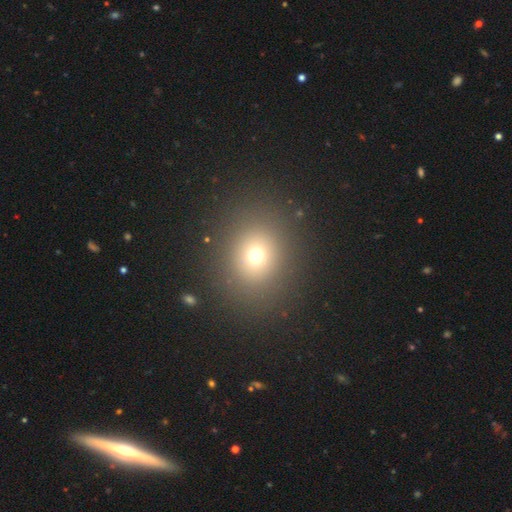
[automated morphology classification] The model was most divided on "how rounded": round: 73%, in between: 26%, cigar-shaped: 1%. More confident: merging — none (87%); smooth or featured — smooth (69%).